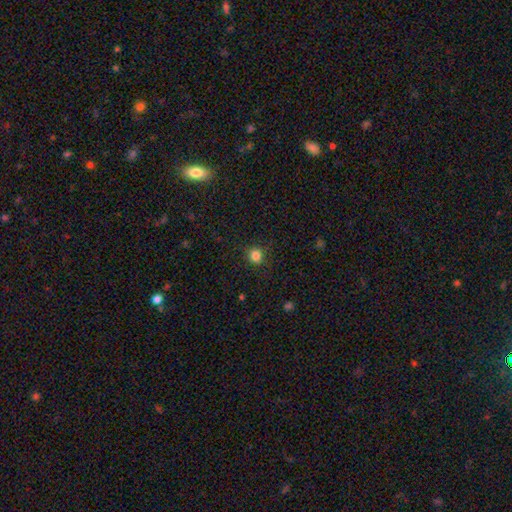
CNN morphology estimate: smooth_or_featured: smooth (p=0.84) [alt: star or artifact p=0.12]
how_rounded: round (p=0.90) [alt: in between p=0.09]
merging: none (p=0.90) [alt: minor disturbance p=0.07]